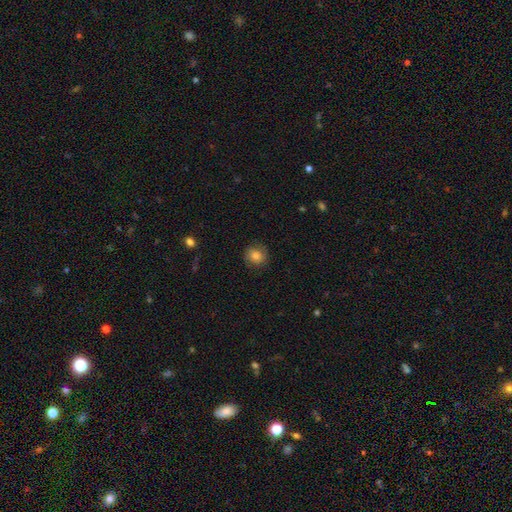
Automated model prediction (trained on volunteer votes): Smooth or featured? smooth (78%)
How rounded? round (85%)
Merging? none (82%)